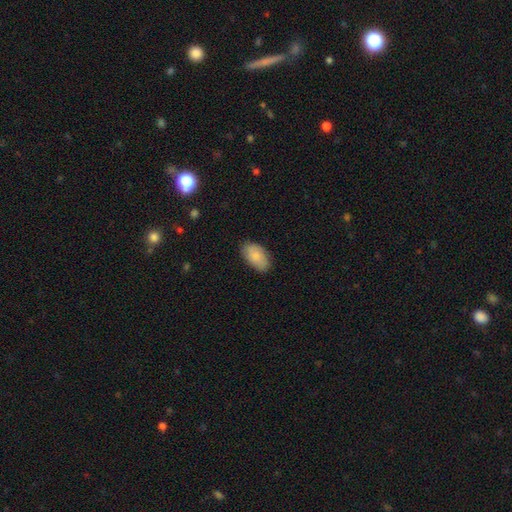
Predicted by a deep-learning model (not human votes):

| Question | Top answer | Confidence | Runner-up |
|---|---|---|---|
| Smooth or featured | smooth | 80% | featured or disk (13%) |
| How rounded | in between | 94% | round (4%) |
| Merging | none | 82% | minor disturbance (14%) |